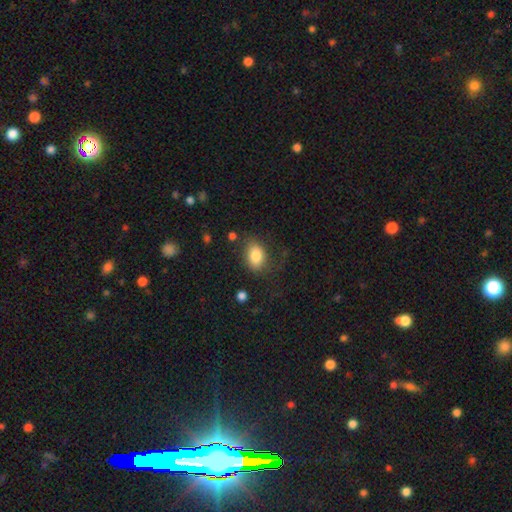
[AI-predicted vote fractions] A smooth galaxy with no disk features (83%) that is in between round and cigar-shaped (81%).

Vote fractions:
- Smooth or featured? smooth: 83% / featured or disk: 9% / star or artifact: 8%
- How rounded? in between: 81% / round: 18% / cigar-shaped: 1%
- Merging? none: 68% / minor disturbance: 20% / major disturbance: 9% / merger: 3%